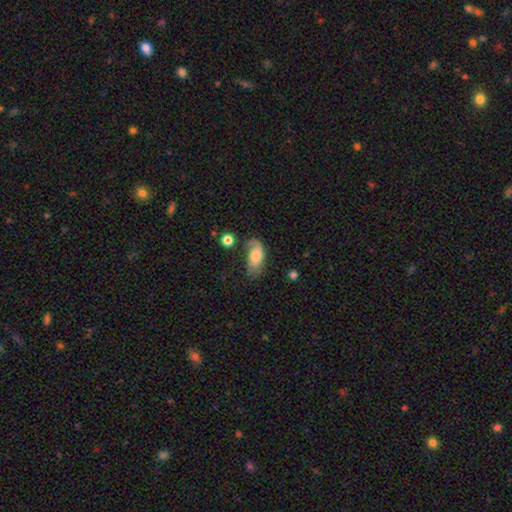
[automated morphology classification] A smooth galaxy with no disk features (58%) that is in between round and cigar-shaped (90%).

Vote fractions:
- Smooth or featured? smooth: 58% / featured or disk: 34% / star or artifact: 7%
- How rounded? in between: 90% / cigar-shaped: 5% / round: 5%
- Merging? none: 43% / minor disturbance: 31% / major disturbance: 20% / merger: 6%